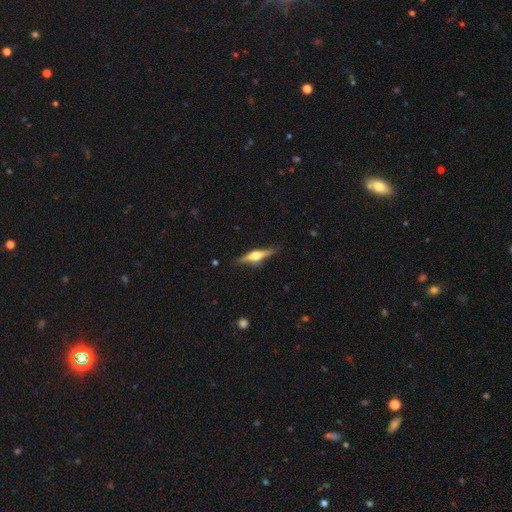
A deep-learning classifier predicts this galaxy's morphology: Smooth or featured: featured or disk — 68% (smooth — 26%)
Edge-on disk: yes — 97% (no — 3%)
Edge-on bulge: rounded — 92% (boxy — 6%)
Merging: none — 86% (minor disturbance — 10%)